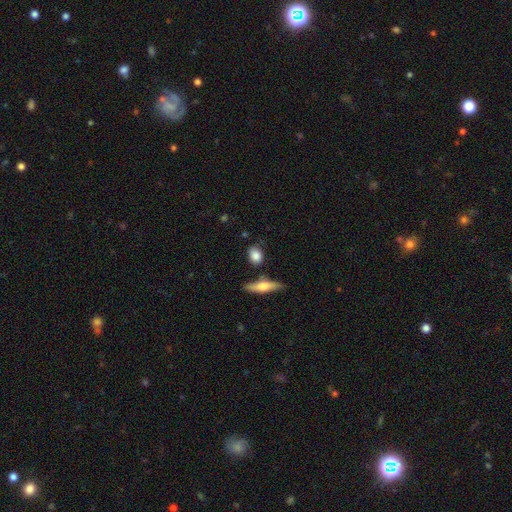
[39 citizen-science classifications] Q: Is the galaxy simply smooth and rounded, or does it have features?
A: smooth — 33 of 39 (85%).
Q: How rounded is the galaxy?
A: round — 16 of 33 (48%).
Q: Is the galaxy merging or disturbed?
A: none — 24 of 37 (65%).